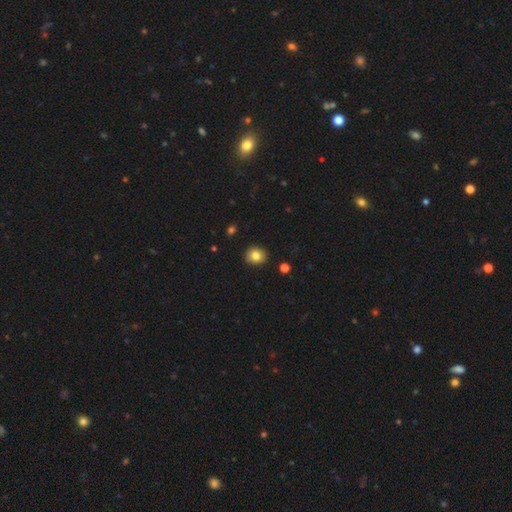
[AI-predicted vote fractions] This appears to be a smooth galaxy with no disk features (83%) that is round (76%). Merging: none (91%).